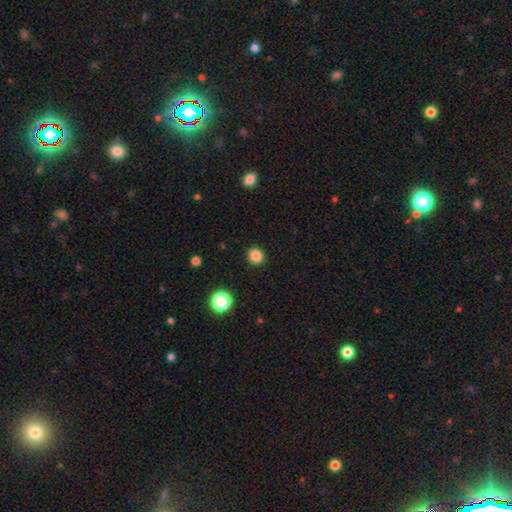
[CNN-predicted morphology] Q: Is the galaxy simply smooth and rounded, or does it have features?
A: smooth — 85%.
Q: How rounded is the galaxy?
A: round — 86%.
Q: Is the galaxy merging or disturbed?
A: none — 91%.